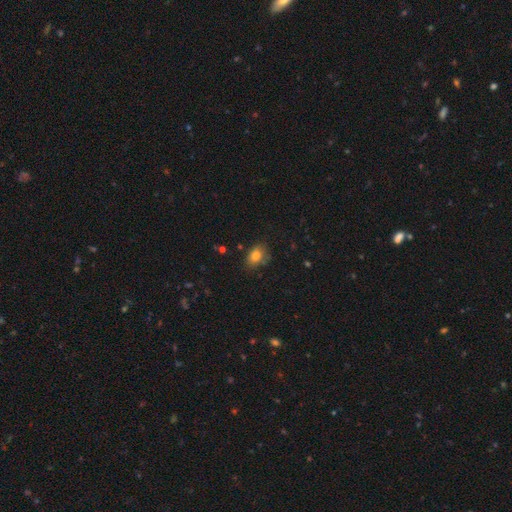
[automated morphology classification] Smooth or featured? Predicted: smooth (p=0.80). How rounded? Predicted: in between (p=0.74). Merging? Predicted: none (p=0.73).